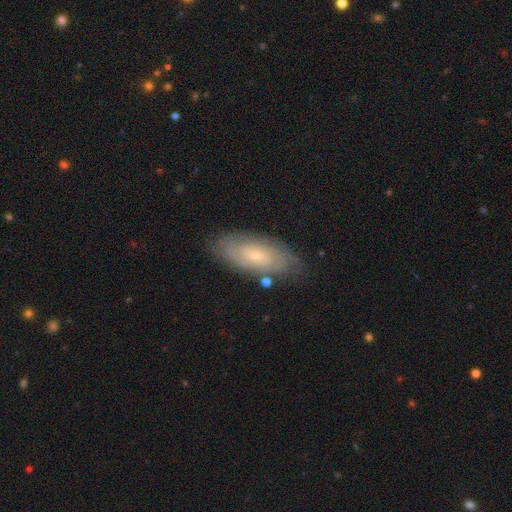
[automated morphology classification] Smooth or featured? featured or disk (69%)
Edge-on disk? no (91%)
Bar? no (69%)
Spiral arms? yes (89%)
Spiral winding? tight (67%)
Spiral arm count? can't tell (48%)
Bulge size? small (76%)
Merging? none (77%)